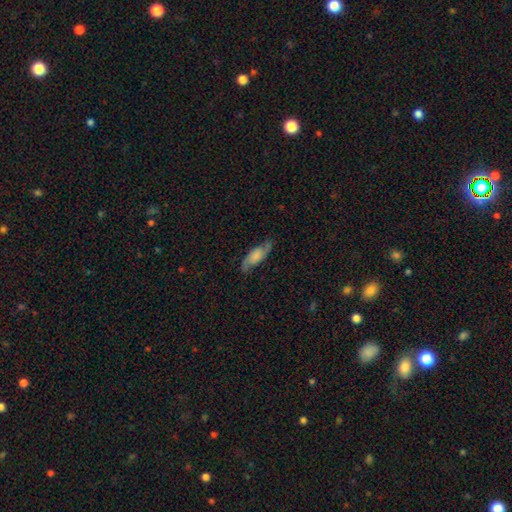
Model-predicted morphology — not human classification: Smooth or featured? smooth (51%)
How rounded? in between (64%)
Merging? none (73%)